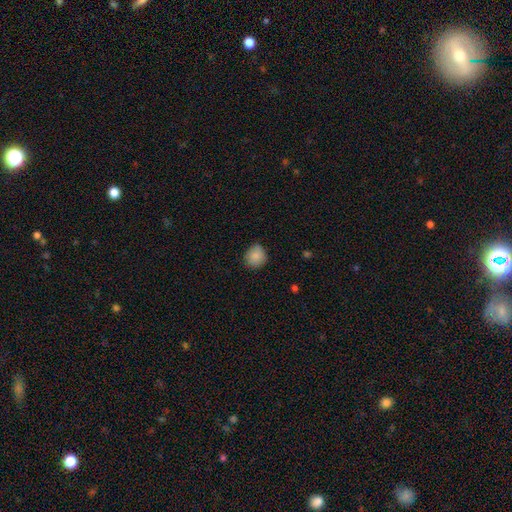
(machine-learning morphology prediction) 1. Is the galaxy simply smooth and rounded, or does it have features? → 86% smooth, 8% star or artifact, 5% featured or disk.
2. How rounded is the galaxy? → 84% round, 15% in between, 1% cigar-shaped.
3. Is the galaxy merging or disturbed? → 77% none, 19% minor disturbance, 3% major disturbance, 1% merger.